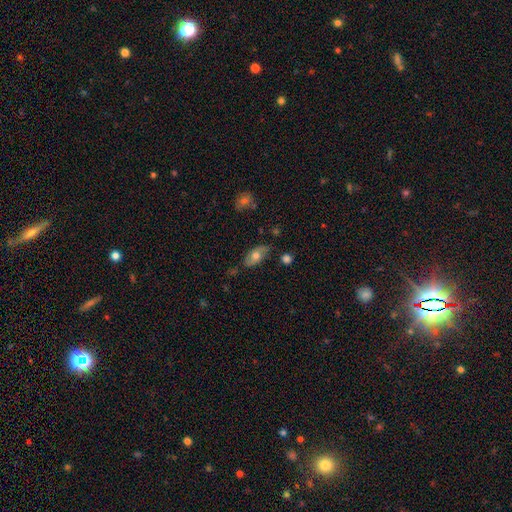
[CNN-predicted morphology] The model was most divided on "smooth or featured": smooth: 62%, featured or disk: 31%, star or artifact: 7%. More confident: how rounded — in between (90%); merging — none (72%).